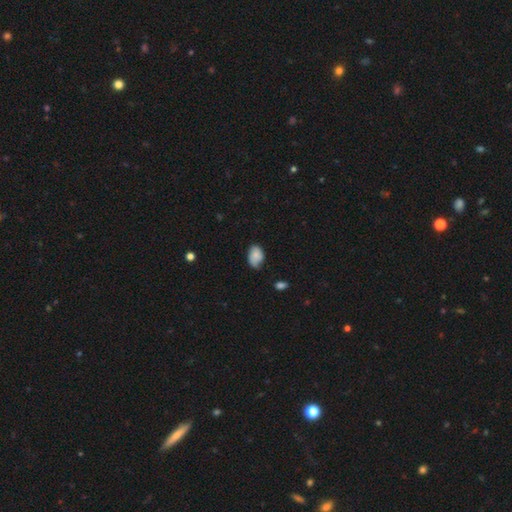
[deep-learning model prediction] The model was most divided on "merging": none: 54%, minor disturbance: 37%, major disturbance: 7%, merger: 2%. More confident: how rounded — in between (86%); smooth or featured — smooth (80%).